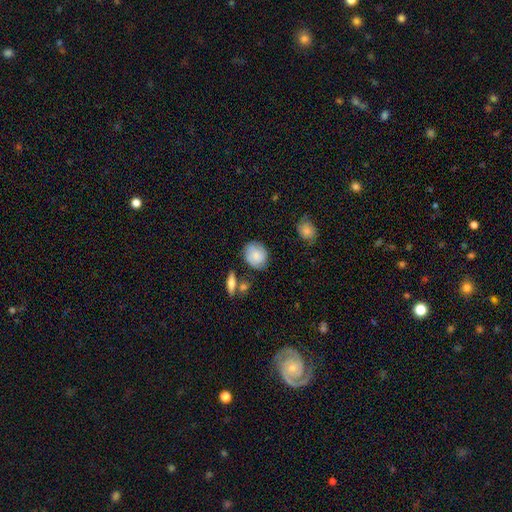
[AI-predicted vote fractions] Smooth or featured? Predicted: smooth (p=0.66). How rounded? Predicted: round (p=0.62). Merging? Predicted: none (p=0.70).